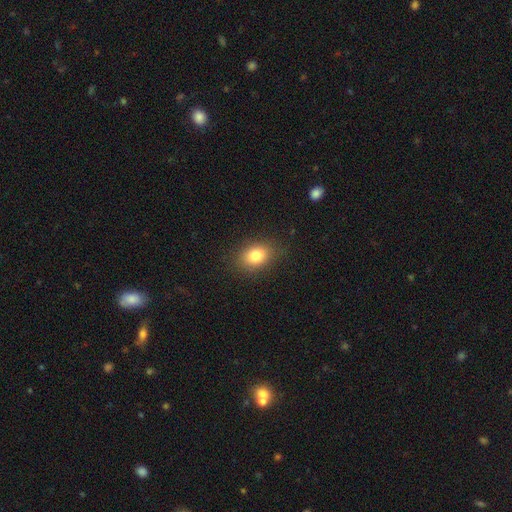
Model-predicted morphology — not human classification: smooth_or_featured: smooth (p=0.81) [alt: star or artifact p=0.10]
how_rounded: in between (p=0.73) [alt: round p=0.26]
merging: none (p=0.83) [alt: minor disturbance p=0.12]